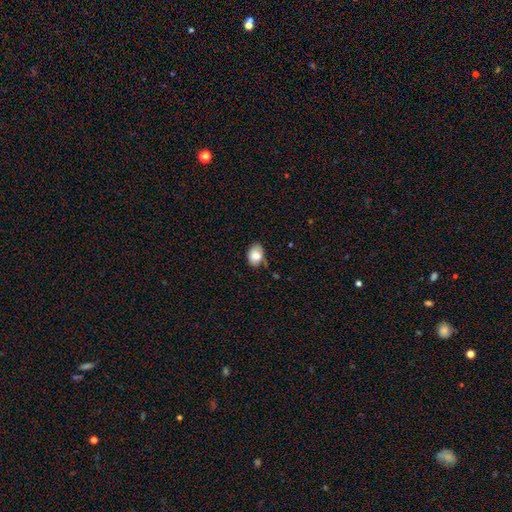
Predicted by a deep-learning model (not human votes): Q: Smooth or featured?
A: smooth (83%); runner-up: featured or disk (9%)
Q: How rounded?
A: in between (76%); runner-up: round (23%)
Q: Merging?
A: none (68%); runner-up: minor disturbance (25%)